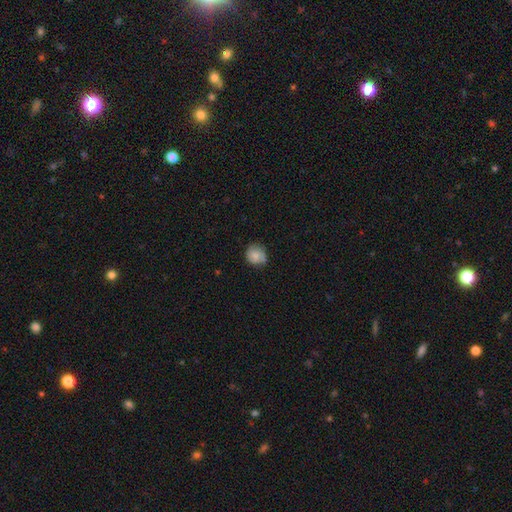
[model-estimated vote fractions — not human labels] A smooth galaxy with no disk features (74%) that is round (80%). Merging: none (66%).